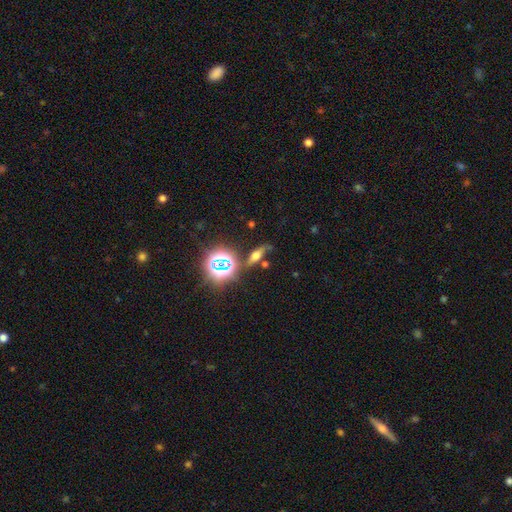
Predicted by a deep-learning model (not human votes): Smooth or featured? smooth (38%)
Merging? none (68%)